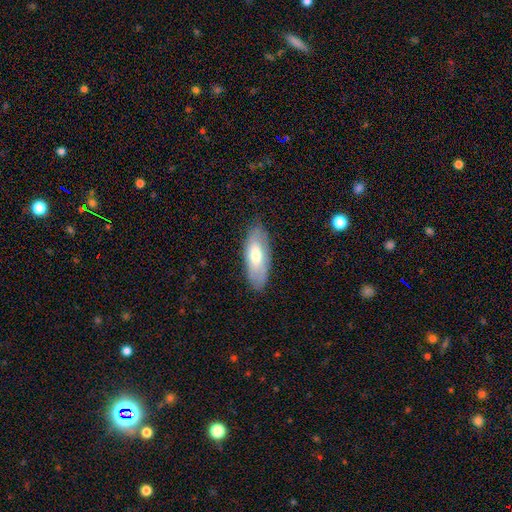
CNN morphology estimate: Smooth or featured?
  - smooth: 63% *
  - featured or disk: 30%
  - star or artifact: 6%
How rounded?
  - in between: 77% *
  - cigar-shaped: 21%
  - round: 2%
Merging?
  - none: 81% *
  - minor disturbance: 15%
  - major disturbance: 3%
  - merger: 1%